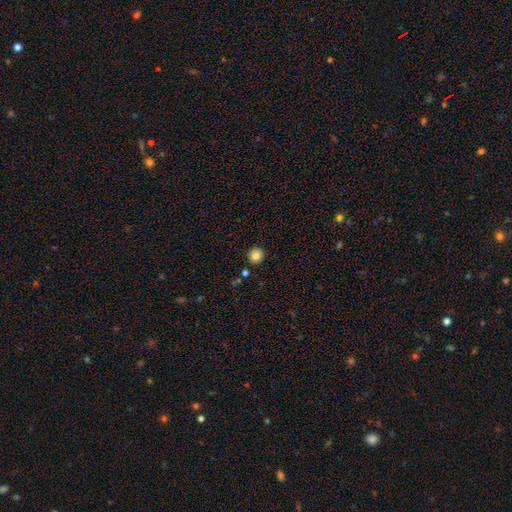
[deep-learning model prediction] smooth_or_featured: smooth (p=0.83) [alt: star or artifact p=0.10]
how_rounded: round (p=0.91) [alt: in between p=0.08]
merging: none (p=0.90) [alt: minor disturbance p=0.06]